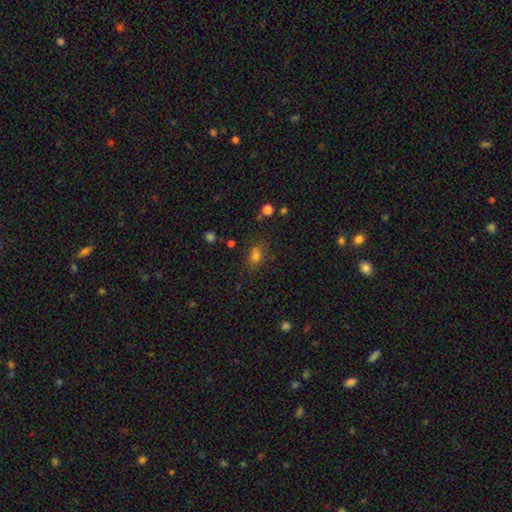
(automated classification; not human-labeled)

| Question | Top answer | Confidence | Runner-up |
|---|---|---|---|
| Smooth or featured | smooth | 70% | star or artifact (21%) |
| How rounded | in between | 60% | round (37%) |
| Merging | none | 67% | minor disturbance (15%) |